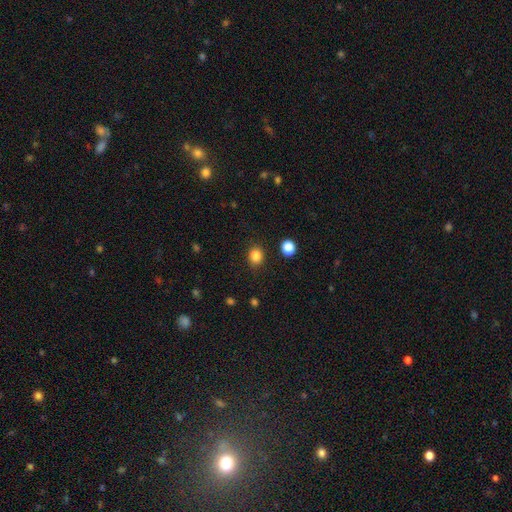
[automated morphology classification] A smooth galaxy with no disk features (85%) that is round (70%).

Vote fractions:
- Smooth or featured? smooth: 85% / star or artifact: 11% / featured or disk: 4%
- How rounded? round: 70% / in between: 30% / cigar-shaped: 1%
- Merging? none: 88% / minor disturbance: 8% / major disturbance: 3% / merger: 2%